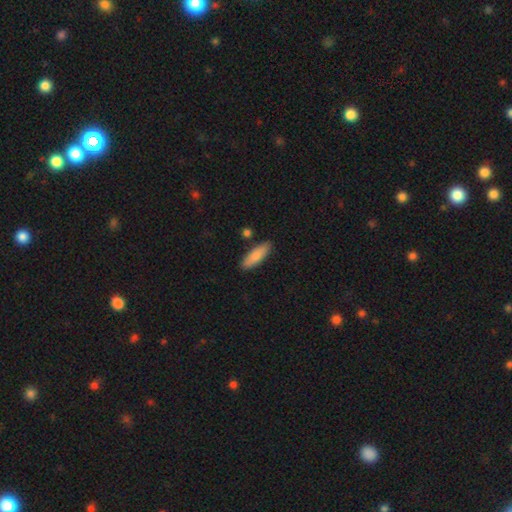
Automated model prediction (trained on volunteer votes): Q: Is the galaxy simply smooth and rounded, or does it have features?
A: smooth — 84%.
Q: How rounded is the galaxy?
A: cigar-shaped — 51%.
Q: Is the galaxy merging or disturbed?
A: none — 86%.